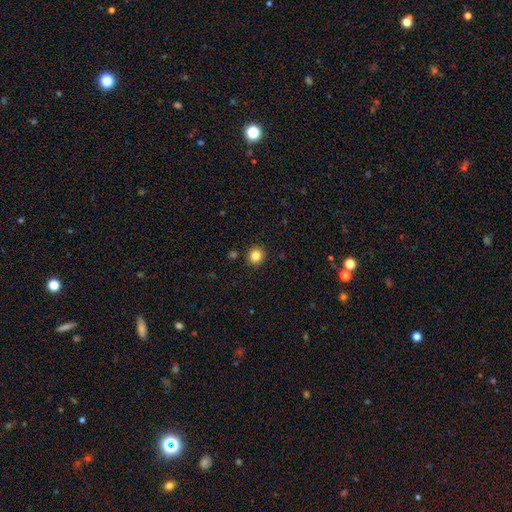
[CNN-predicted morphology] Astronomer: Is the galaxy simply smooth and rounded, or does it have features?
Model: smooth — 83%.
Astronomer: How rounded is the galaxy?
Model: round — 91%.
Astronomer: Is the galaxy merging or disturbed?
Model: none — 91%.